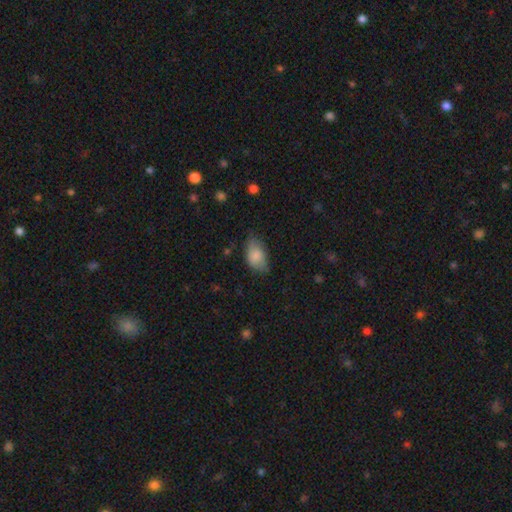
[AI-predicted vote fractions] Smooth or featured? smooth (82%)
How rounded? in between (91%)
Merging? none (59%)